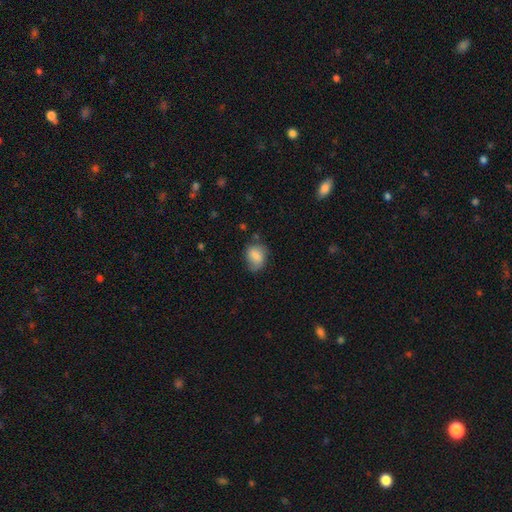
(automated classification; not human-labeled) A smooth galaxy with no disk features (81%) that is in between round and cigar-shaped (61%).

Vote fractions:
- Smooth or featured? smooth: 81% / featured or disk: 11% / star or artifact: 8%
- How rounded? in between: 61% / round: 38% / cigar-shaped: 1%
- Merging? none: 59% / minor disturbance: 29% / major disturbance: 9% / merger: 3%